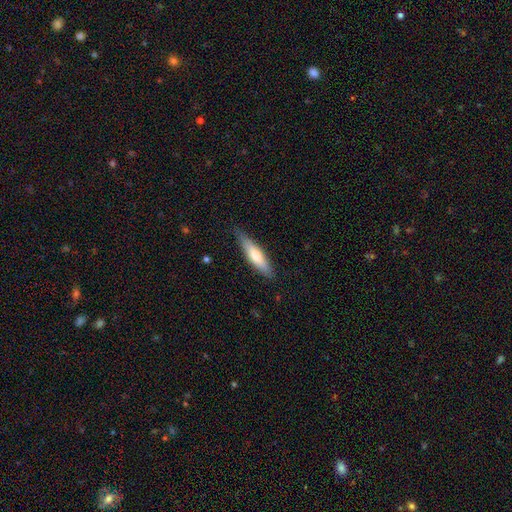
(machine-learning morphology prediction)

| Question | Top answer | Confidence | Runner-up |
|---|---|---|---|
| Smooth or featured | smooth | 60% | featured or disk (34%) |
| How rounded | cigar-shaped | 69% | in between (30%) |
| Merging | none | 80% | minor disturbance (17%) |